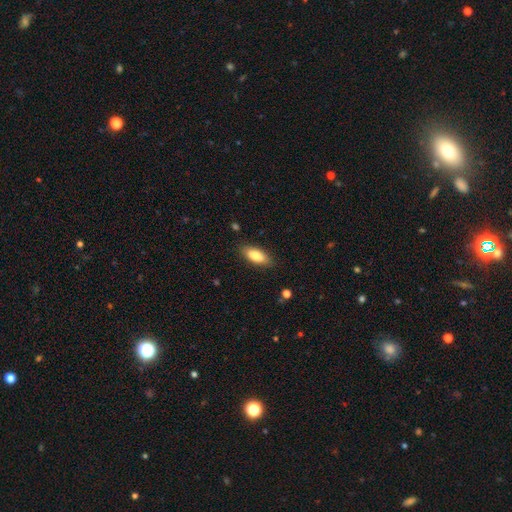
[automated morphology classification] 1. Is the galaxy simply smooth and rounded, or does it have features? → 83% smooth, 10% featured or disk, 6% star or artifact.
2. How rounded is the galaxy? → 79% in between, 19% cigar-shaped, 2% round.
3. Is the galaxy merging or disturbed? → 86% none, 11% minor disturbance, 2% major disturbance, 1% merger.